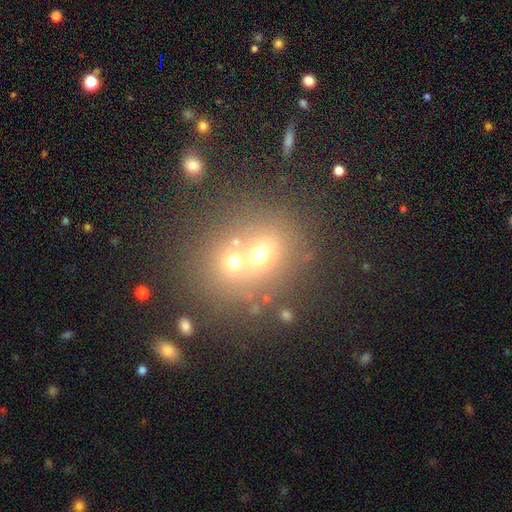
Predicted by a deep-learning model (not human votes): The model was most divided on "merging": merger: 57%, none: 33%, minor disturbance: 6%, major disturbance: 4%. More confident: how rounded — round (70%); smooth or featured — smooth (53%).